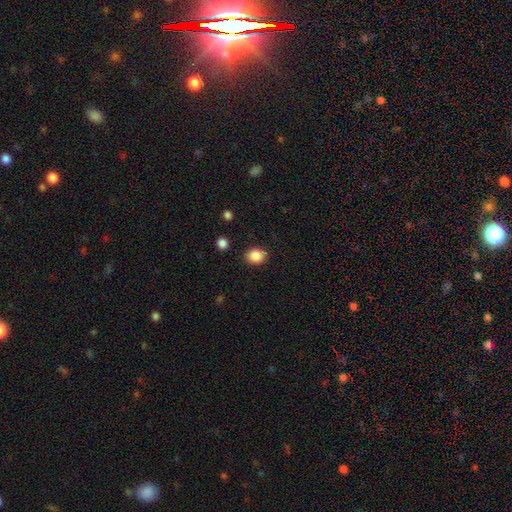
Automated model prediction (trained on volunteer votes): A smooth galaxy with no disk features (87%) that is round (56%).

Vote fractions:
- Smooth or featured? smooth: 87% / star or artifact: 9% / featured or disk: 4%
- How rounded? round: 56% / in between: 43% / cigar-shaped: 1%
- Merging? none: 87% / minor disturbance: 9% / major disturbance: 3% / merger: 2%